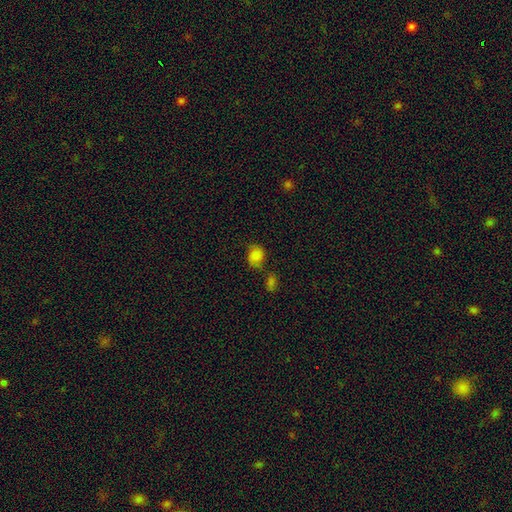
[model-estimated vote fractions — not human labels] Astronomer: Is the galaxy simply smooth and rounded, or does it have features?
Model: smooth — 78%.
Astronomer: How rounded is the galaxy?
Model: round — 63%.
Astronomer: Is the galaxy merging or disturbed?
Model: none — 54%.